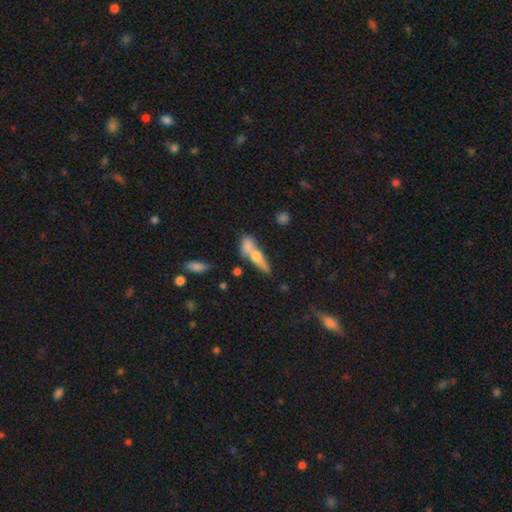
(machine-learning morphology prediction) A smooth galaxy with no disk features (52%) that is cigar-shaped (59%). Merging: merger (46%).